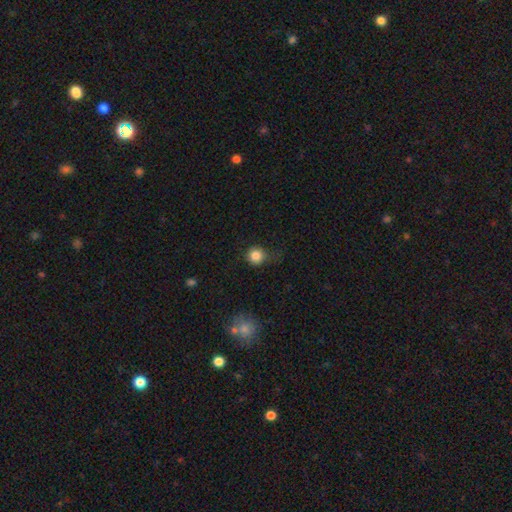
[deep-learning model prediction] Smooth or featured: smooth — 84% (star or artifact — 11%)
How rounded: round — 91% (in between — 8%)
Merging: none — 61% (minor disturbance — 25%)